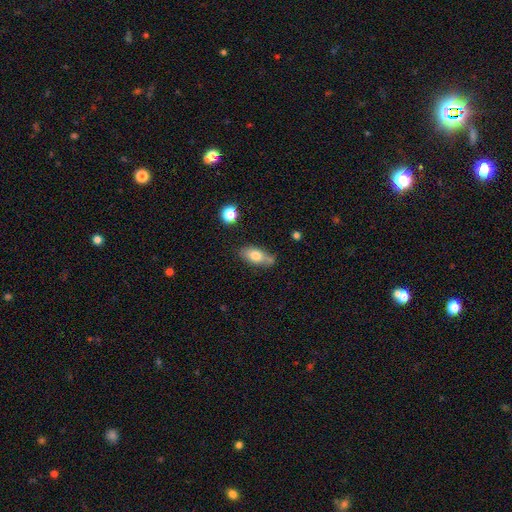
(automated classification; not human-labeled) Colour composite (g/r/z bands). It shows a smooth galaxy with no disk features (74%) that is in between round and cigar-shaped (85%). Merging: none (64%).